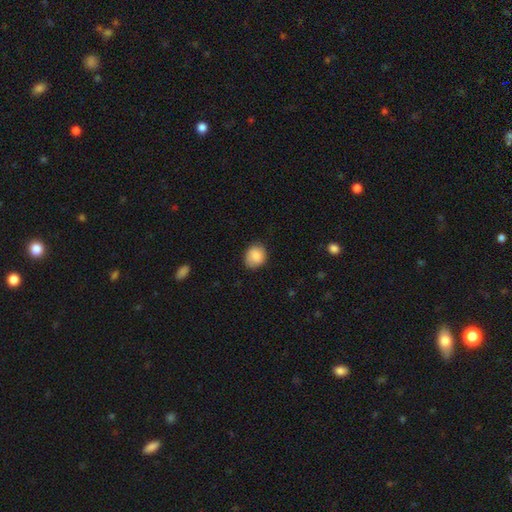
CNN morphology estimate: Smooth or featured? Predicted: smooth (p=0.86). How rounded? Predicted: round (p=0.70). Merging? Predicted: none (p=0.78).